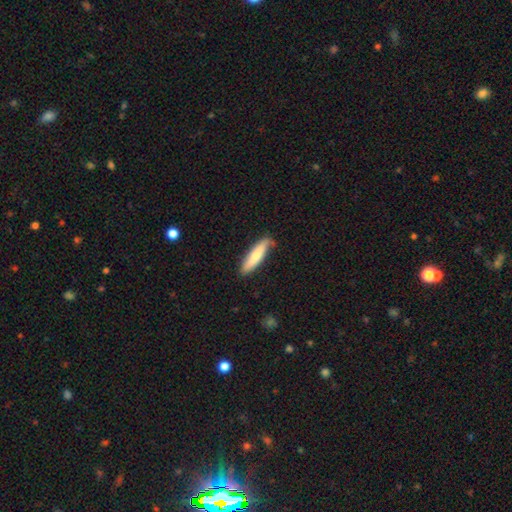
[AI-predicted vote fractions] smooth_or_featured: smooth (p=0.72) [alt: featured or disk p=0.23]
how_rounded: cigar-shaped (p=0.74) [alt: in between p=0.24]
merging: none (p=0.77) [alt: minor disturbance p=0.18]